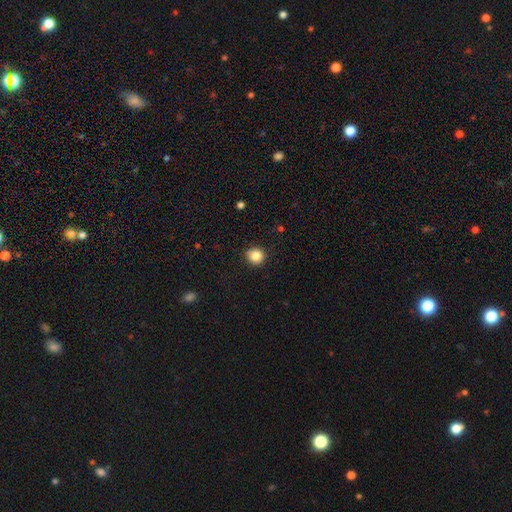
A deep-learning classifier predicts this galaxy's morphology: This is clearly a smooth galaxy (86%). How rounded: clearly round (91%). Merging: clearly none (89%).